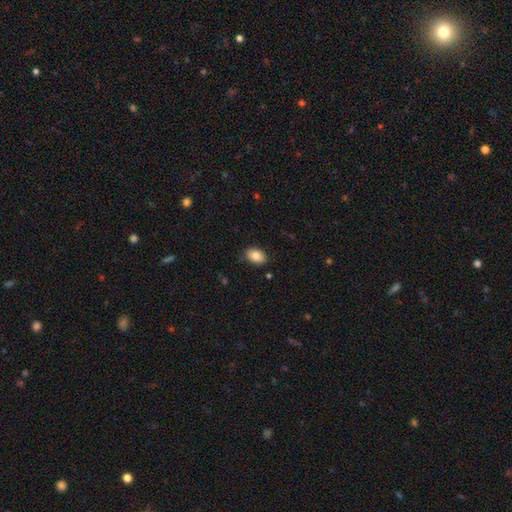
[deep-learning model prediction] Morphology: type=smooth (86%); roundness=in between (86%); merging=none (84%).